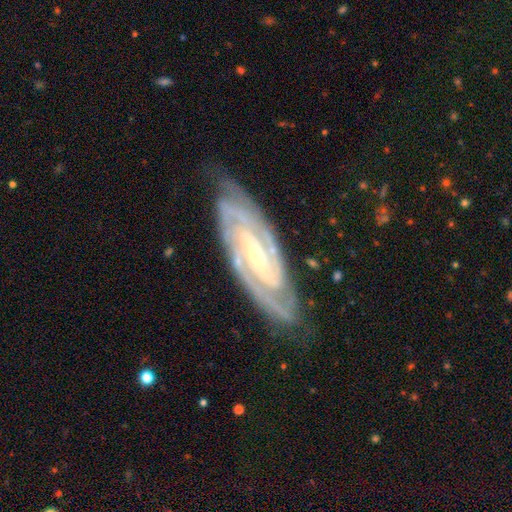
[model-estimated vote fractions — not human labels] featured or disk 91%, star or artifact 5%, smooth 4%. Down the decision tree: edge-on disk — no (93%); bar — weak (37%); spiral arms — yes (98%); spiral arm count — 2 (46%); spiral winding — tight (70%); bulge size — small (71%); merging — none (79%).